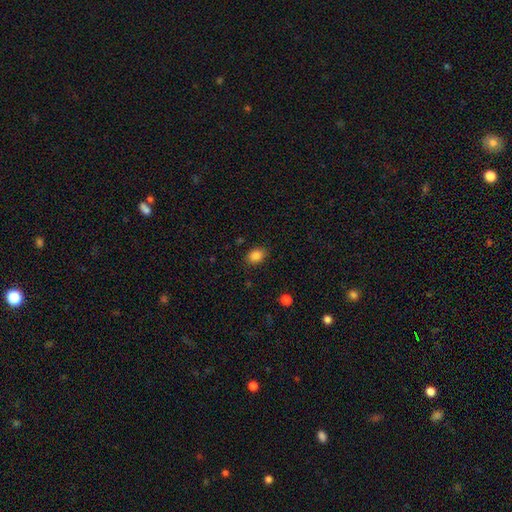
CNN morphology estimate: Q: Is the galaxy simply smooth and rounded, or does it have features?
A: smooth — 86%.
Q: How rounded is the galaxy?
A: in between — 75%.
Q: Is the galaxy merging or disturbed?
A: none — 84%.